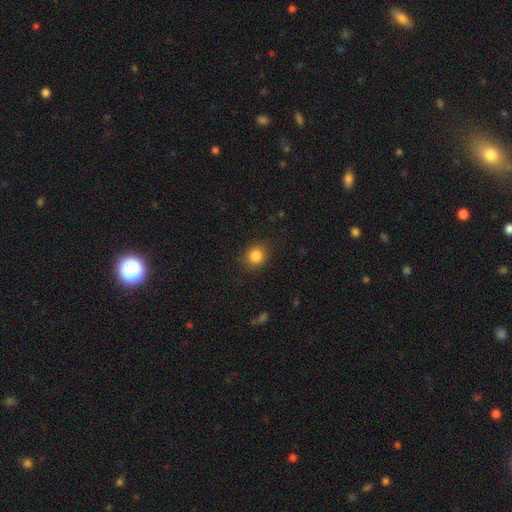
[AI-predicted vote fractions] A smooth galaxy with no disk features (85%) that is round (77%).

Vote fractions:
- Smooth or featured? smooth: 85% / star or artifact: 11% / featured or disk: 5%
- How rounded? round: 77% / in between: 22% / cigar-shaped: 1%
- Merging? none: 84% / minor disturbance: 11% / major disturbance: 3% / merger: 1%